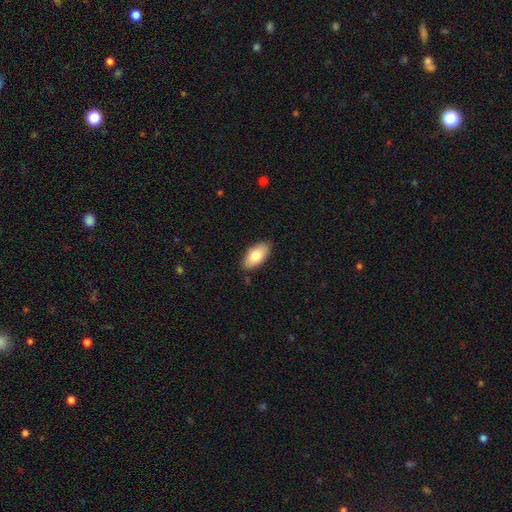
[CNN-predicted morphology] This is clearly a smooth galaxy (81%). How rounded: clearly in between (93%). Merging: clearly none (86%).